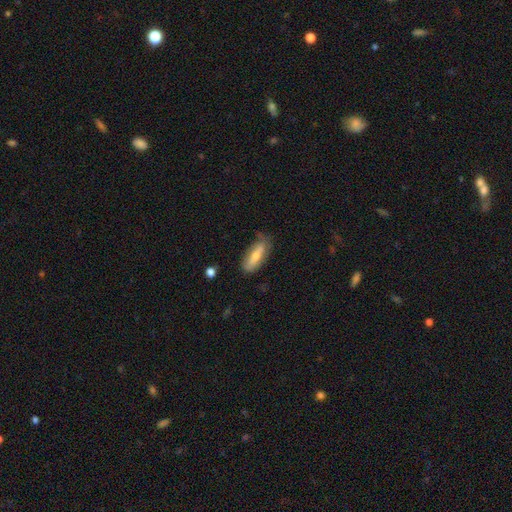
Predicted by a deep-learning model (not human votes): The model was most divided on "smooth or featured": smooth: 58%, featured or disk: 35%, star or artifact: 7%. More confident: merging — none (68%); how rounded — in between (61%).